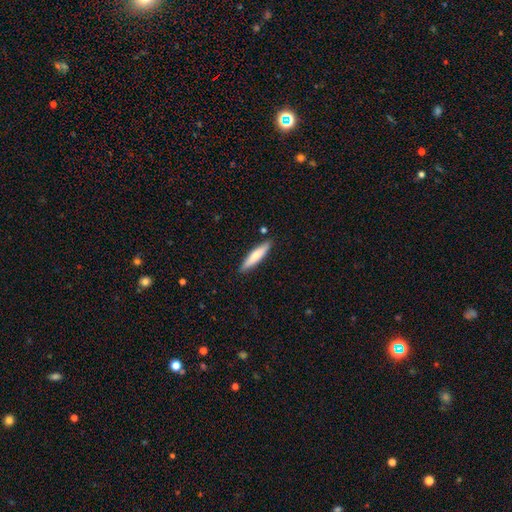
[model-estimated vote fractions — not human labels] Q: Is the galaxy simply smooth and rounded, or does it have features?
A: smooth — 65%.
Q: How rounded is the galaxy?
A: cigar-shaped — 84%.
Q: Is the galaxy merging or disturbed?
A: none — 88%.